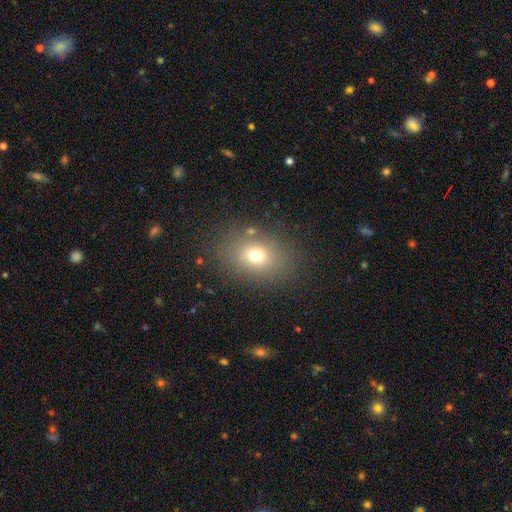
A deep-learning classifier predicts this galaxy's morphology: Smooth or featured?
  - smooth: 70% *
  - star or artifact: 16%
  - featured or disk: 14%
How rounded?
  - in between: 59% *
  - round: 40%
  - cigar-shaped: 1%
Merging?
  - none: 81% *
  - minor disturbance: 11%
  - major disturbance: 6%
  - merger: 2%